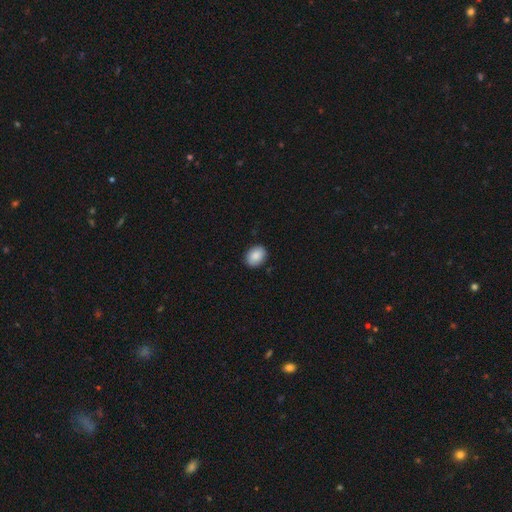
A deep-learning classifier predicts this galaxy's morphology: smooth_or_featured: smooth (p=0.89) [alt: star or artifact p=0.07]
how_rounded: in between (p=0.65) [alt: round p=0.34]
merging: none (p=0.89) [alt: minor disturbance p=0.08]